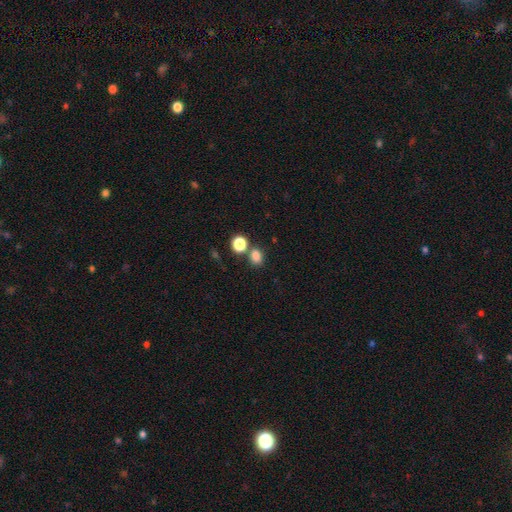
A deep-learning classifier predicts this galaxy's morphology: Smooth or featured? smooth (81%)
How rounded? round (52%)
Merging? none (66%)